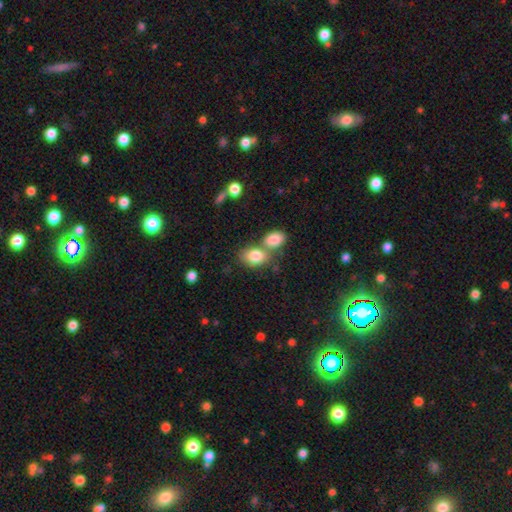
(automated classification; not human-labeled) Morphology: type=smooth (82%); roundness=in between (77%); merging=merger (48%).